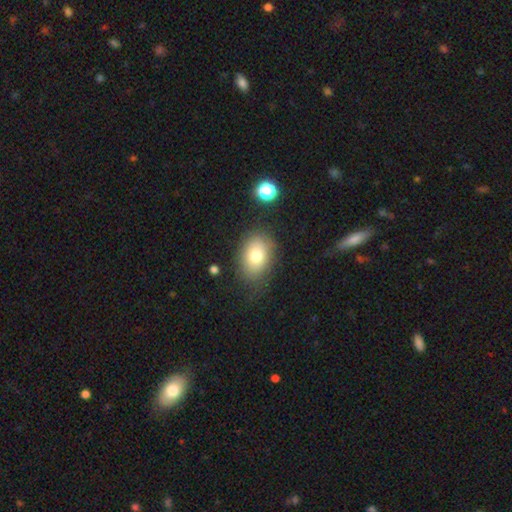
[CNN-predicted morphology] Overall: smooth (76%). How rounded: in between (76%). Merging: none (76%).